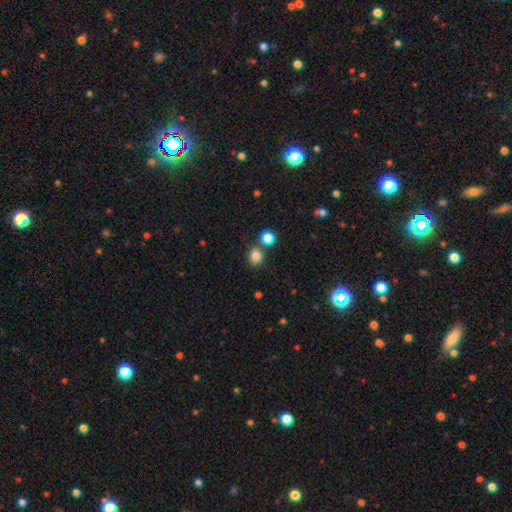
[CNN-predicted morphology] This appears to be a smooth galaxy with no disk features (83%) that is round (74%). Merging: none (73%).